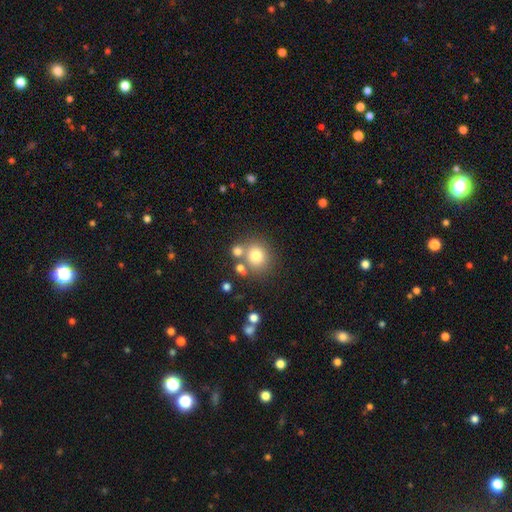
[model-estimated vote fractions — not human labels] smooth_or_featured: smooth (p=0.76) [alt: star or artifact p=0.13]
how_rounded: round (p=0.85) [alt: in between p=0.14]
merging: none (p=0.66) [alt: merger p=0.19]